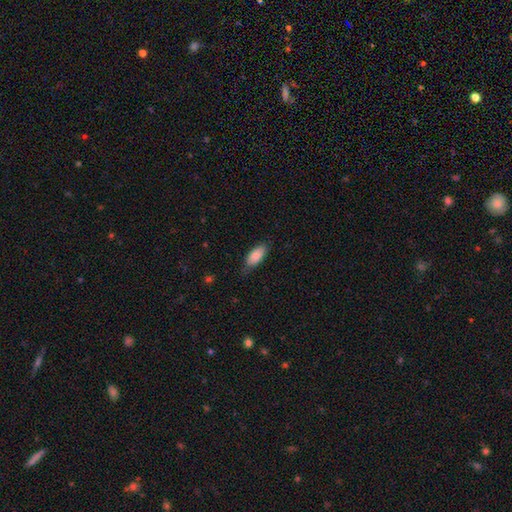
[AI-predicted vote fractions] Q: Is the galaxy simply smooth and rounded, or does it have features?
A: smooth — 85%.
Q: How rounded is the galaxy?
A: in between — 87%.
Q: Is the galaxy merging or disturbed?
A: none — 72%.